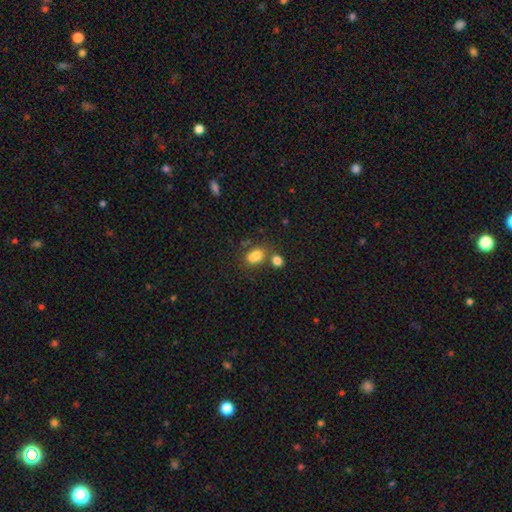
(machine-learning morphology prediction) A smooth galaxy with no disk features (78%) that is in between round and cigar-shaped (68%).

Vote fractions:
- Smooth or featured? smooth: 78% / star or artifact: 13% / featured or disk: 10%
- How rounded? in between: 68% / round: 31% / cigar-shaped: 2%
- Merging? none: 45% / merger: 35% / minor disturbance: 14% / major disturbance: 6%